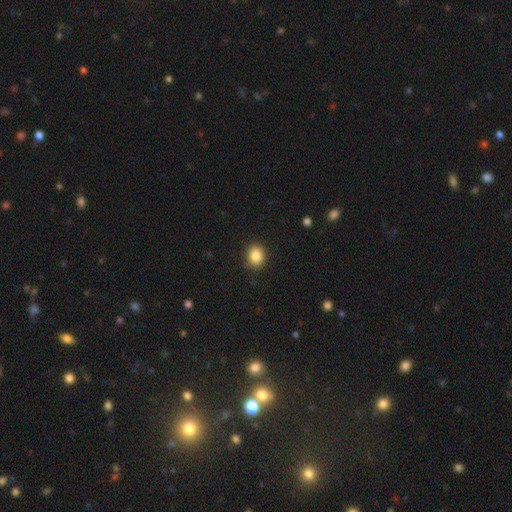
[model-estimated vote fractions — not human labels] Morphology: type=smooth (87%); roundness=round (63%); merging=none (88%).